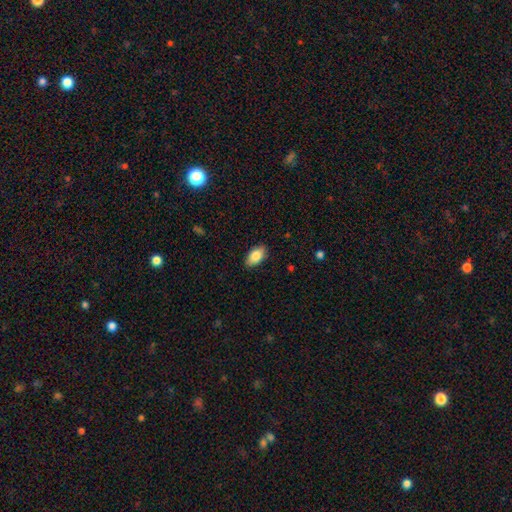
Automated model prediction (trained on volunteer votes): smooth-or-featured: smooth: 83% | featured or disk: 10% | star or artifact: 7%
  how-rounded: in between: 92% | round: 5% | cigar-shaped: 3%
  merging: none: 87% | minor disturbance: 10% | major disturbance: 2% | merger: 1%